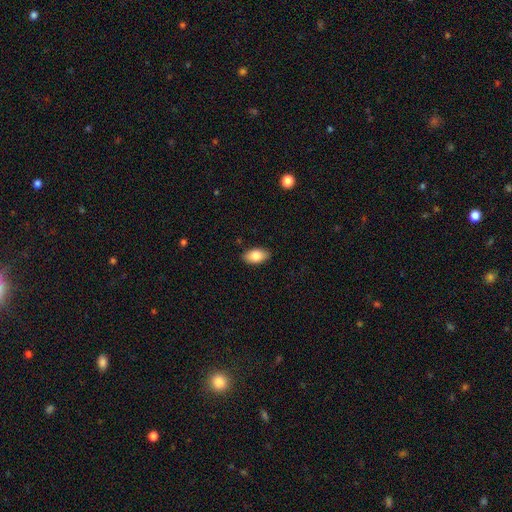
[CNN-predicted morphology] This is clearly a smooth galaxy (83%). How rounded: clearly in between (93%). Merging: clearly none (89%).